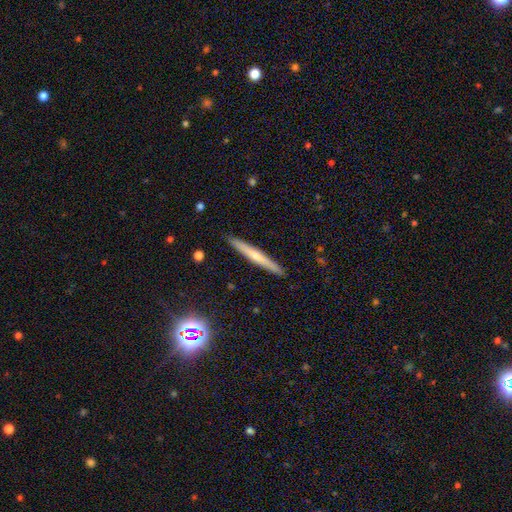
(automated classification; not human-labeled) A featured or disk galaxy (47%). Merging: none (91%).